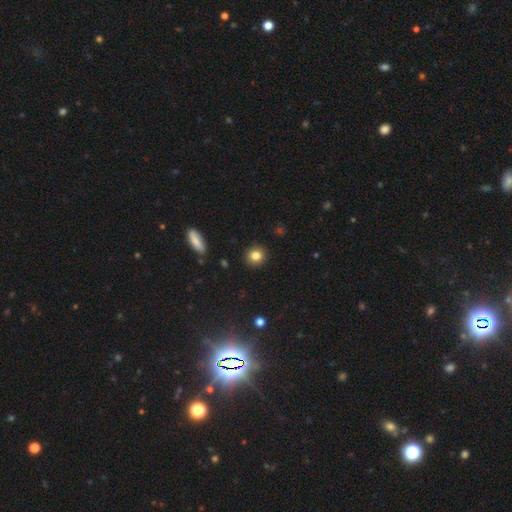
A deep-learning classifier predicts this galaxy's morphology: type=smooth (83%); roundness=round (85%); merging=none (90%).